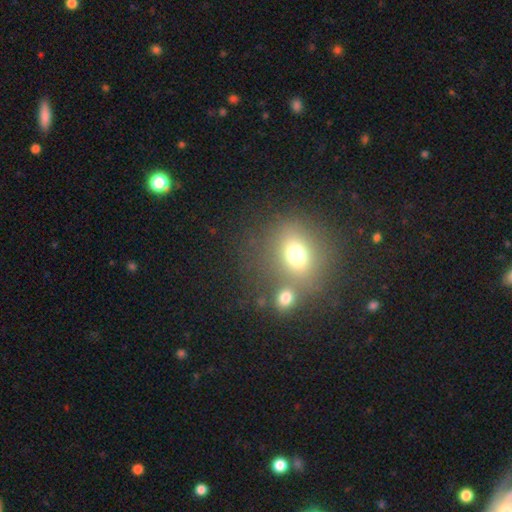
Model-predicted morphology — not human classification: smooth_or_featured: smooth (p=0.62) [alt: star or artifact p=0.21]
how_rounded: round (p=0.57) [alt: in between p=0.40]
merging: none (p=0.67) [alt: merger p=0.17]